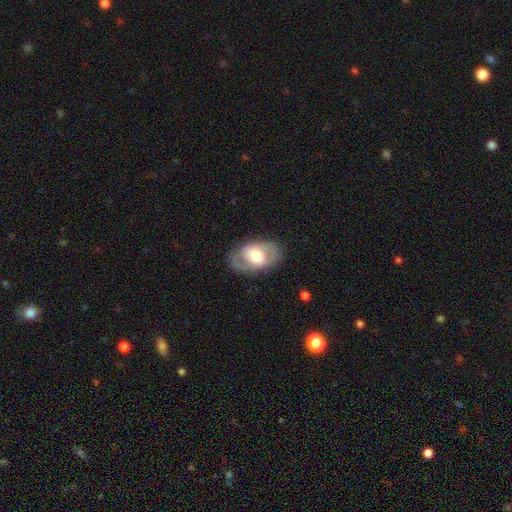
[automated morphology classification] This is possibly a featured or disk galaxy (56%). It is clearly not viewed edge-on (92%). Bar: marginally no (44%). Spiral arm pattern: possibly yes (53%). Central bulge: possibly moderate (52%). Merging: likely none (77%).